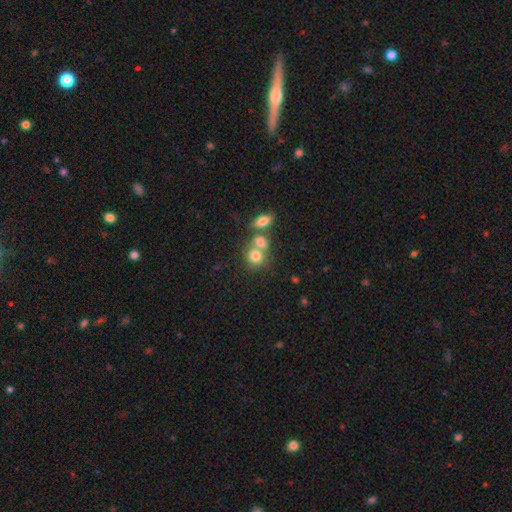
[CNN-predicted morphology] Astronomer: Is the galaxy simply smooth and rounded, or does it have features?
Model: smooth — 77%.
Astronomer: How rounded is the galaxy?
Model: round — 68%.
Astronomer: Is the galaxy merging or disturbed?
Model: merger — 51% (runner-up: none, 37%).